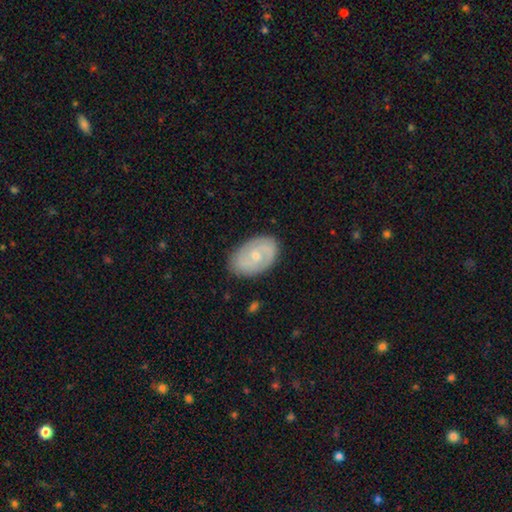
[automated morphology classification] A featured or disk galaxy (64%) with no bar (63%), spiral arms (81%) and a small central bulge (57%). Merging: none (83%).